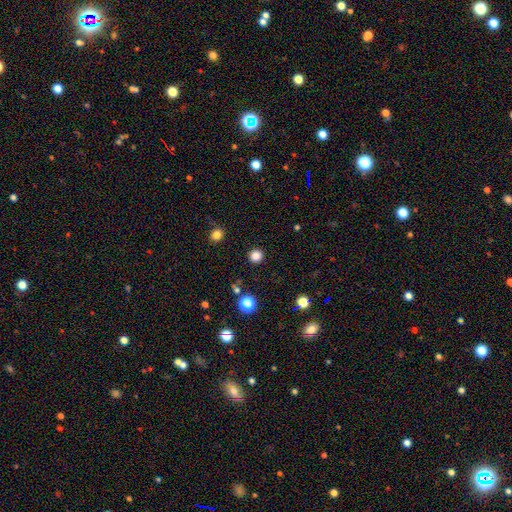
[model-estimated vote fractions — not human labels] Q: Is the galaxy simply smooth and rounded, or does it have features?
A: smooth — 83%.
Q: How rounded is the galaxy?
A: round — 95%.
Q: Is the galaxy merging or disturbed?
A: none — 92%.